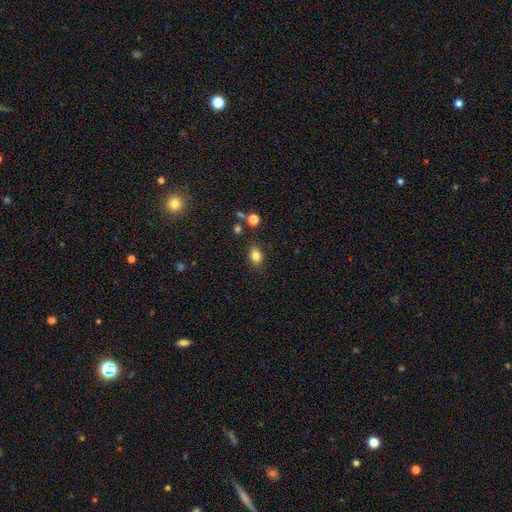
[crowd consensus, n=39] A smooth galaxy with no disk features (82%) that is in between round and cigar-shaped (56%).

Vote fractions:
- Smooth or featured? smooth: 82% / featured or disk: 10% / star or artifact: 8%
- How rounded? in between: 56% / round: 41% / cigar-shaped: 3%
- Merging? none: 75% / minor disturbance: 11% / merger: 11% / major disturbance: 3%